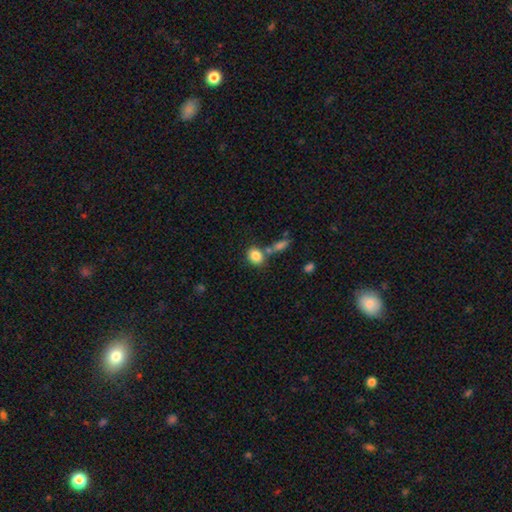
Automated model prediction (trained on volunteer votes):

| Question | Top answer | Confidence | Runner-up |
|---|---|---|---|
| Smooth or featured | smooth | 85% | star or artifact (9%) |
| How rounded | round | 55% | in between (44%) |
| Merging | none | 63% | merger (21%) |